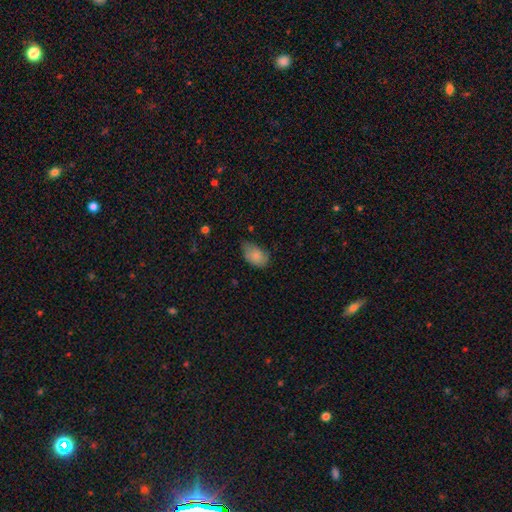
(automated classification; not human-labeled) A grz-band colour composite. It shows a smooth galaxy with no disk features (81%) that is in between round and cigar-shaped (88%). Merging: none (47%).